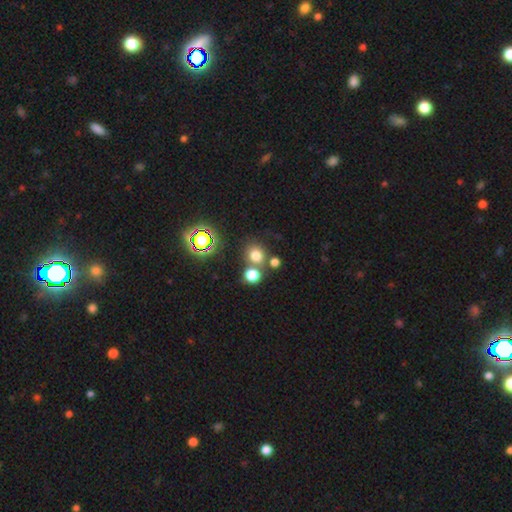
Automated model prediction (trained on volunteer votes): smooth_or_featured: smooth (p=0.71) [alt: star or artifact p=0.20]
how_rounded: round (p=0.83) [alt: in between p=0.16]
merging: none (p=0.62) [alt: merger p=0.26]